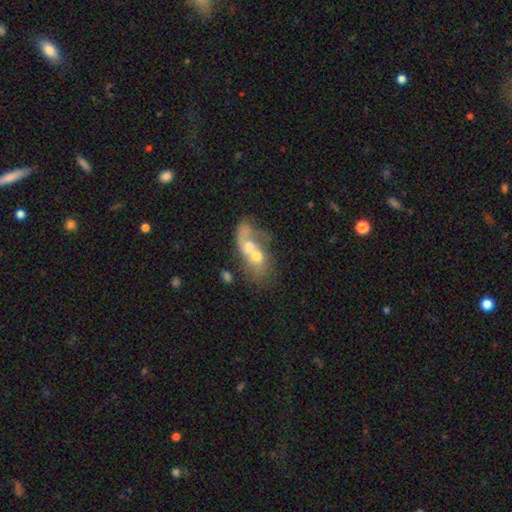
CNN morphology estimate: Smooth or featured: smooth — 47% (featured or disk — 44%)
Merging: merger — 75% (major disturbance — 10%)